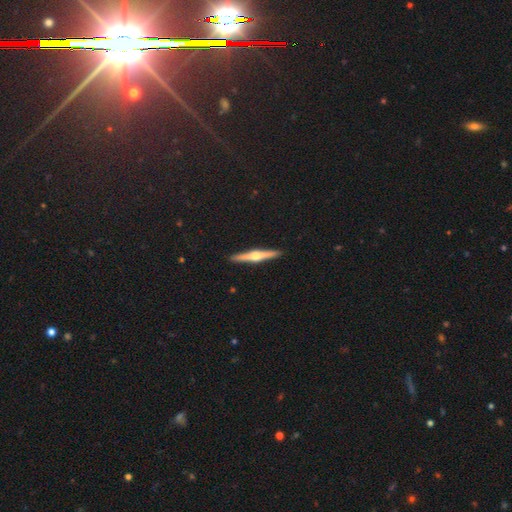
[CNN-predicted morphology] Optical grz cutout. It shows a featured or disk galaxy (76%) viewed edge-on (98%) with a rounded central bulge (94%). Merging: none (93%).